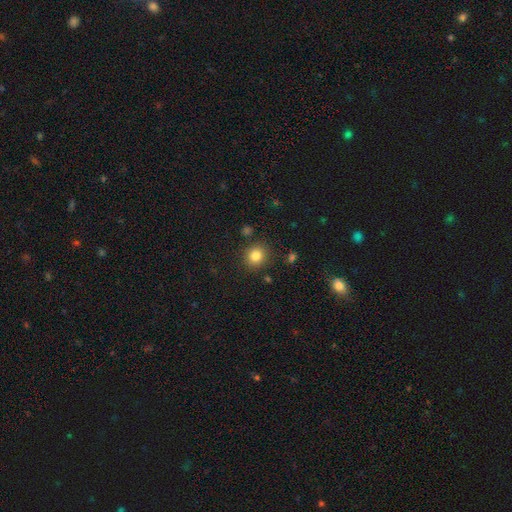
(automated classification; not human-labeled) Smooth or featured: smooth — 83% (star or artifact — 12%)
How rounded: round — 82% (in between — 17%)
Merging: none — 86% (minor disturbance — 8%)